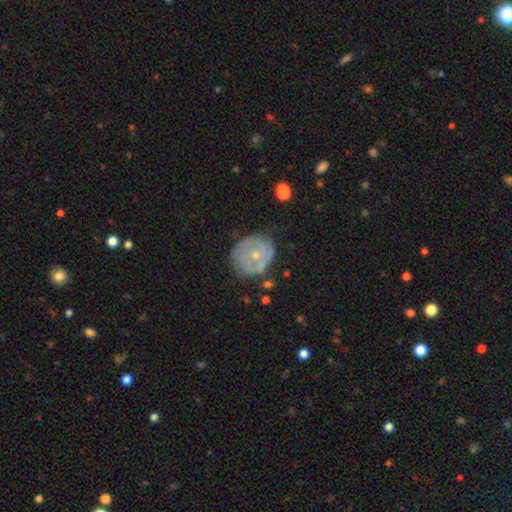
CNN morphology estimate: This is likely a featured or disk galaxy (64%). It is clearly not viewed edge-on (97%). Bar: clearly no (83%). Spiral arm pattern: likely yes (63%). Central bulge: likely small (60%). Merging: likely none (66%).